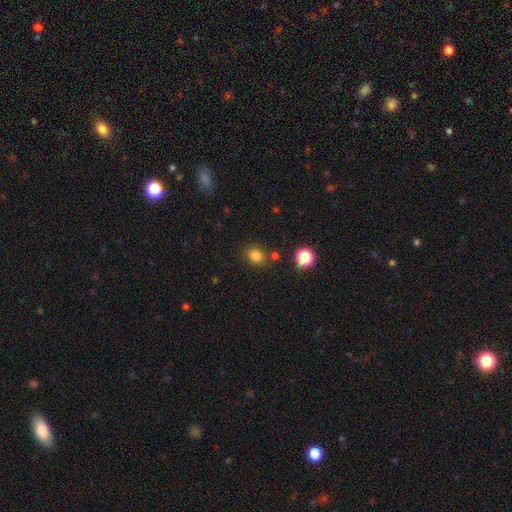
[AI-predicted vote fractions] smooth-or-featured: smooth: 81% | star or artifact: 14% | featured or disk: 5%
  how-rounded: round: 72% | in between: 27% | cigar-shaped: 1%
  merging: none: 82% | minor disturbance: 9% | merger: 6% | major disturbance: 3%